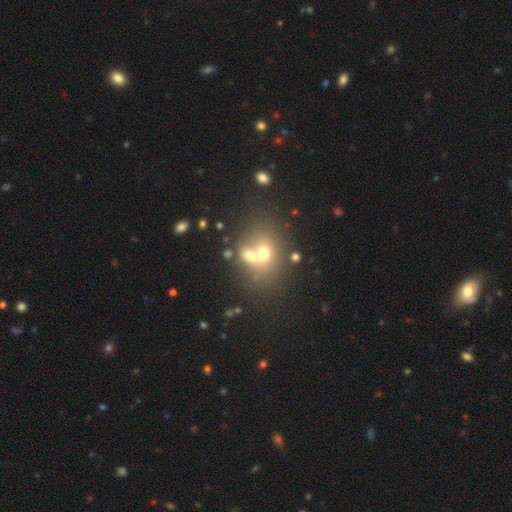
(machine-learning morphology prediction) Smooth or featured? Predicted: smooth (p=0.59). How rounded? Predicted: round (p=0.51). Merging? Predicted: merger (p=0.57).